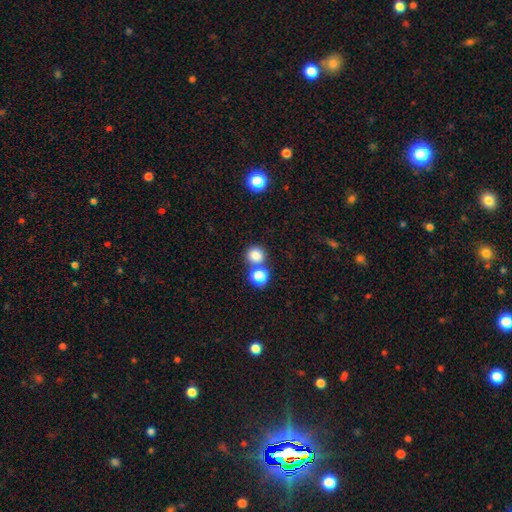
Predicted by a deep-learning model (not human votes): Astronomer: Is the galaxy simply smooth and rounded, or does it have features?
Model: smooth — 80%.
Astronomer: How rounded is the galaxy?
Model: round — 89%.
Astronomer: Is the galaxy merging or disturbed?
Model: none — 62%.